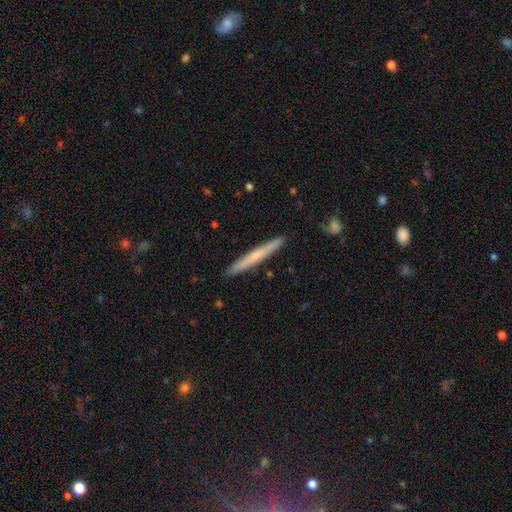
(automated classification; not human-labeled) Smooth or featured: smooth — 54% (featured or disk — 41%)
How rounded: cigar-shaped — 97% (in between — 2%)
Merging: none — 91% (minor disturbance — 7%)